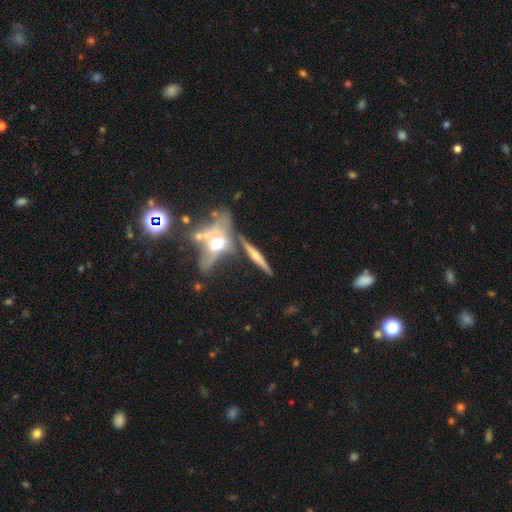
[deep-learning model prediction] featured or disk 68%, smooth 25%, star or artifact 7%. Down the decision tree: edge-on disk — yes (93%); edge-on bulge — rounded (88%); merging — none (68%).